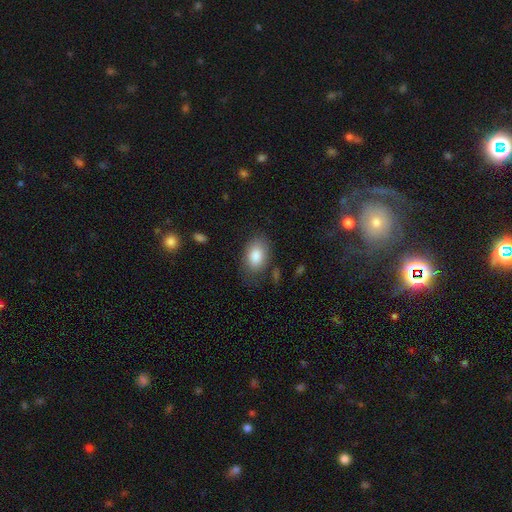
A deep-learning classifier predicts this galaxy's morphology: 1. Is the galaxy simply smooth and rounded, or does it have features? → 85% smooth, 8% featured or disk, 7% star or artifact.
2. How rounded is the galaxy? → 90% in between, 9% round, 1% cigar-shaped.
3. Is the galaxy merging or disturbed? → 72% none, 19% minor disturbance, 7% major disturbance, 2% merger.